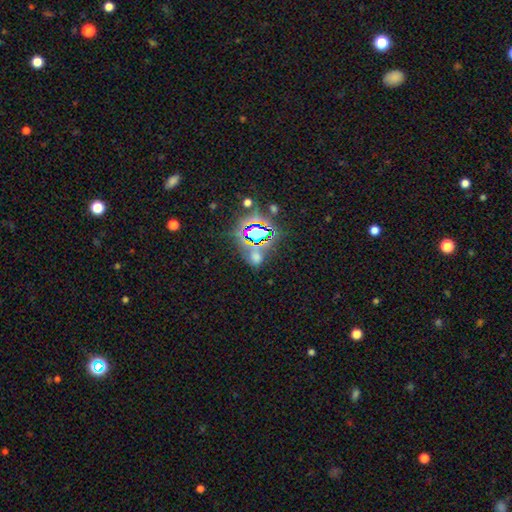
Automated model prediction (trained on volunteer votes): Morphology: type=star or artifact (64%).